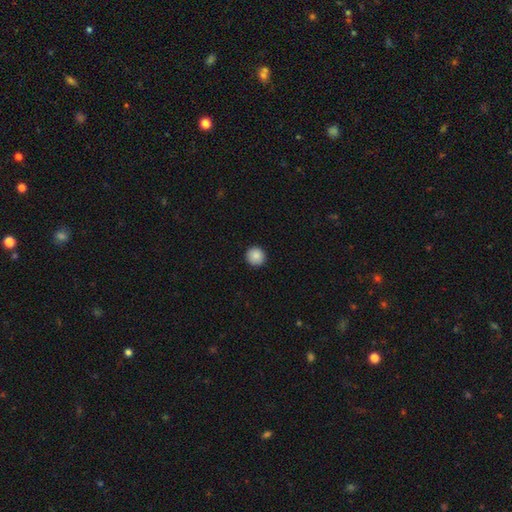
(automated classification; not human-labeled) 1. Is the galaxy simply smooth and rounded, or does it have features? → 87% smooth, 8% star or artifact, 4% featured or disk.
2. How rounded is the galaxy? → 95% round, 4% in between, 1% cigar-shaped.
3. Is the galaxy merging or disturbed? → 92% none, 6% minor disturbance, 1% major disturbance, 1% merger.